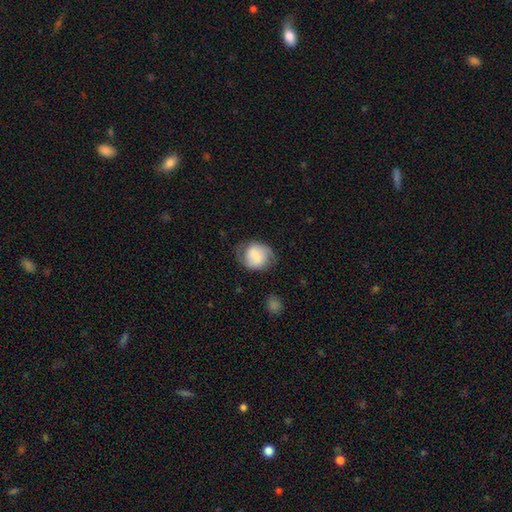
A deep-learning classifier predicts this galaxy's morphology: This appears to be a smooth galaxy with no disk features (53%) that is round (64%). Merging: none (63%).